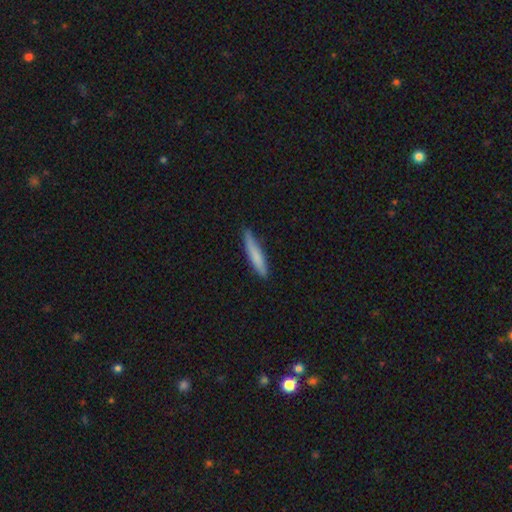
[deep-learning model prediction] smooth_or_featured: smooth (p=0.77) [alt: featured or disk p=0.18]
how_rounded: cigar-shaped (p=0.91) [alt: in between p=0.07]
merging: none (p=0.82) [alt: minor disturbance p=0.15]